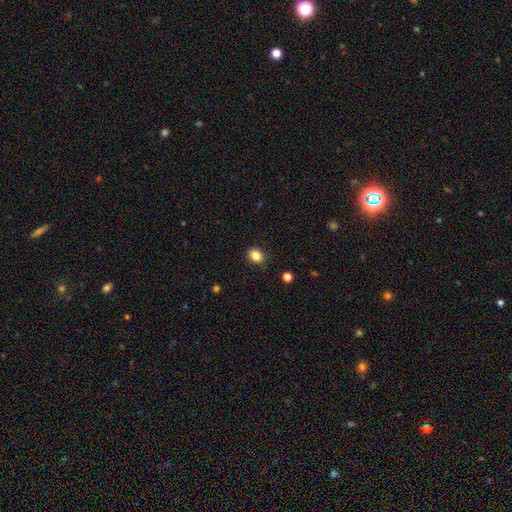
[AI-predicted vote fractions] A smooth galaxy with no disk features (86%) that is in between round and cigar-shaped (54%). Merging: none (89%).